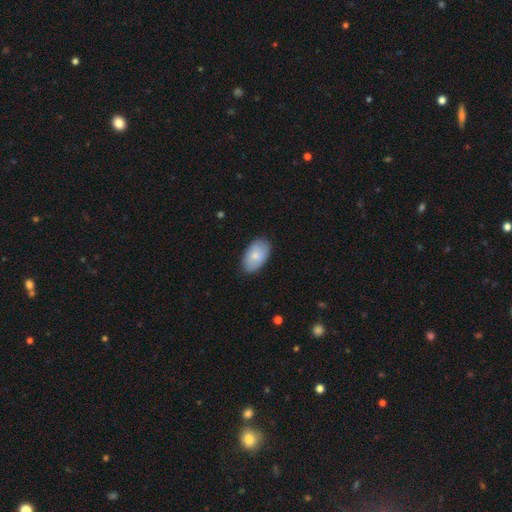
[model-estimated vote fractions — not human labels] smooth-or-featured: smooth: 74% | featured or disk: 20% | star or artifact: 6%
  how-rounded: in between: 93% | round: 5% | cigar-shaped: 1%
  merging: none: 81% | minor disturbance: 15% | major disturbance: 3% | merger: 1%